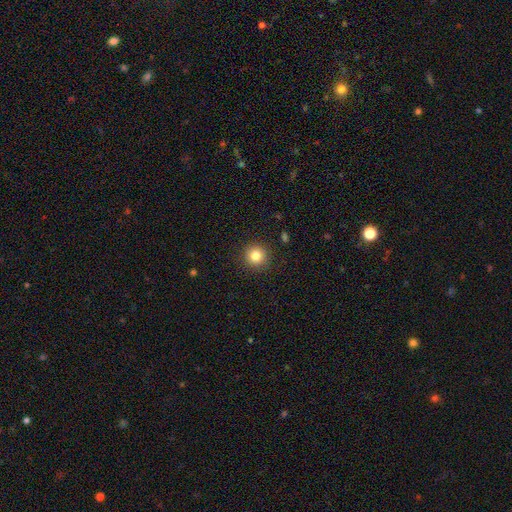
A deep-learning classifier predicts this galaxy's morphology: A smooth galaxy with no disk features (83%) that is round (95%).

Vote fractions:
- Smooth or featured? smooth: 83% / star or artifact: 11% / featured or disk: 6%
- How rounded? round: 95% / in between: 4% / cigar-shaped: 1%
- Merging? none: 92% / minor disturbance: 5% / major disturbance: 2% / merger: 1%